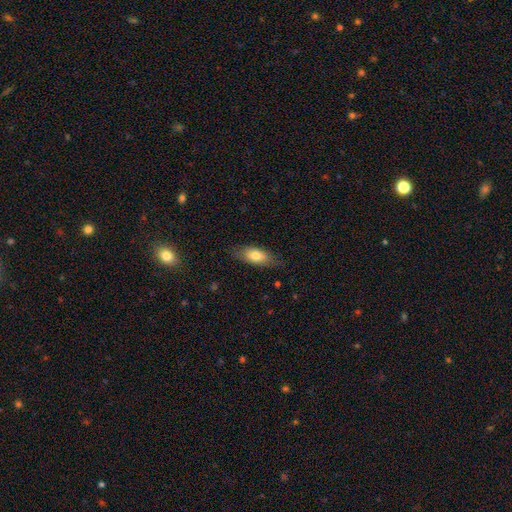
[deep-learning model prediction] Smooth or featured? Predicted: smooth (p=0.74). How rounded? Predicted: in between (p=0.81). Merging? Predicted: none (p=0.79).